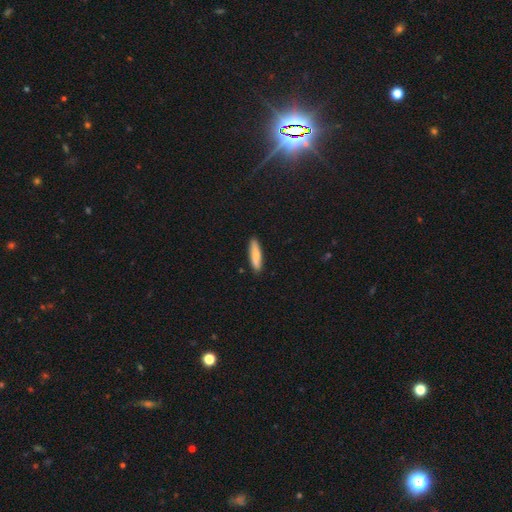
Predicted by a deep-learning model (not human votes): smooth 78%, featured or disk 16%, star or artifact 6%. Down the decision tree: how rounded — cigar-shaped (78%); merging — none (89%).